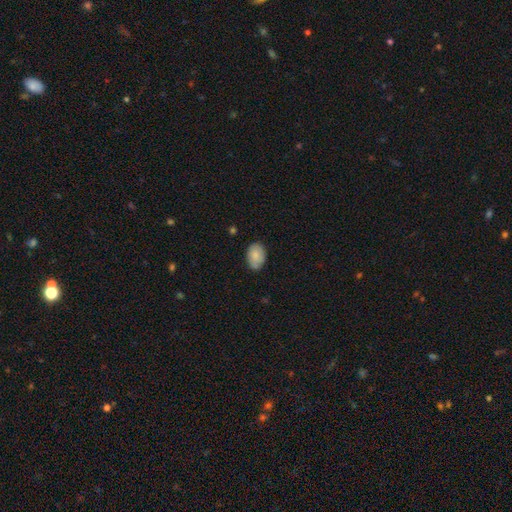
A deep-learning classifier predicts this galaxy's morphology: smooth_or_featured: smooth (p=0.83) [alt: featured or disk p=0.10]
how_rounded: in between (p=0.84) [alt: round p=0.15]
merging: none (p=0.77) [alt: minor disturbance p=0.18]